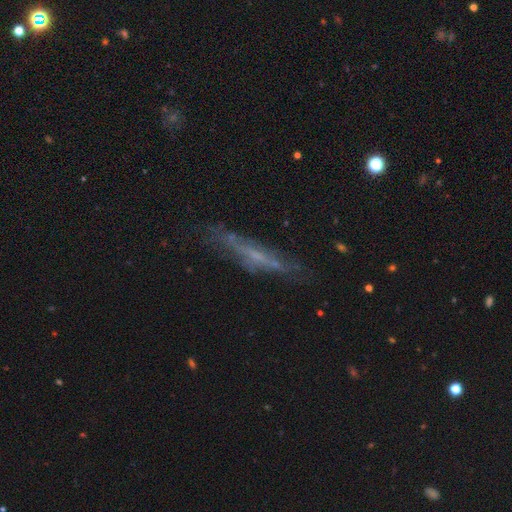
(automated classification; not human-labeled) A featured or disk galaxy (60%) viewed edge-on (74%).

Vote fractions:
- Smooth or featured? featured or disk: 60% / smooth: 30% / star or artifact: 10%
- Edge-on disk? yes: 74% / no: 26%
- Merging? none: 67% / minor disturbance: 21% / major disturbance: 9% / merger: 3%